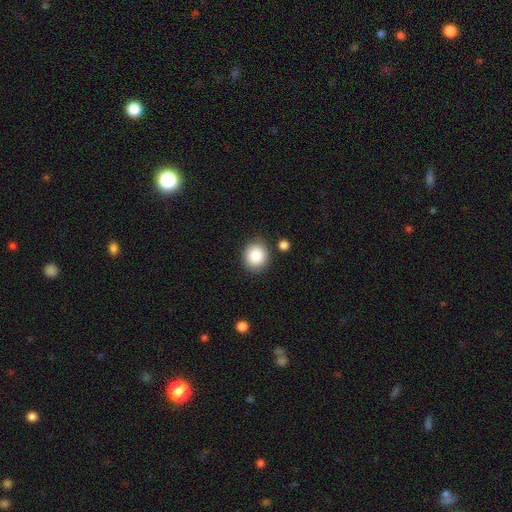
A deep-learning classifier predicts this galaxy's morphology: type=smooth (86%); roundness=round (82%); merging=none (85%).